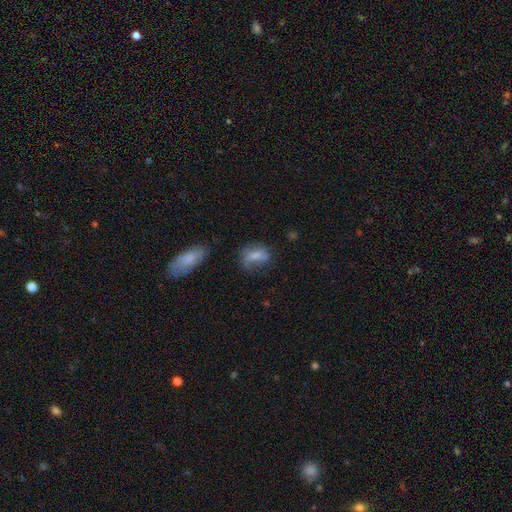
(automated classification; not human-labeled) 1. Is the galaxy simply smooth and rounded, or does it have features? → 65% smooth, 24% featured or disk, 11% star or artifact.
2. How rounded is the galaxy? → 75% in between, 19% round, 6% cigar-shaped.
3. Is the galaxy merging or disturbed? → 40% none, 28% minor disturbance, 26% major disturbance, 6% merger.